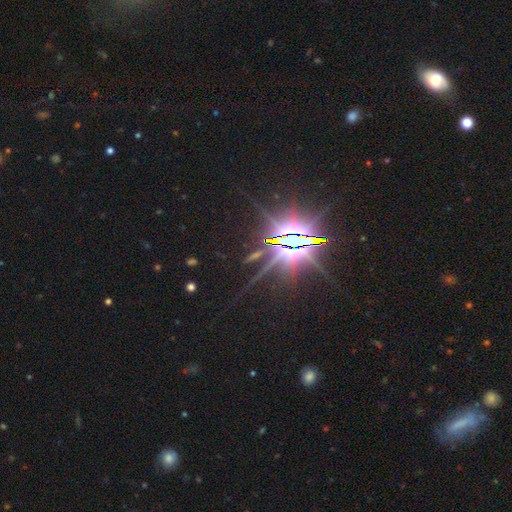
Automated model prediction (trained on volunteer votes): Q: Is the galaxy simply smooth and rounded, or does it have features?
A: star or artifact — 81%.